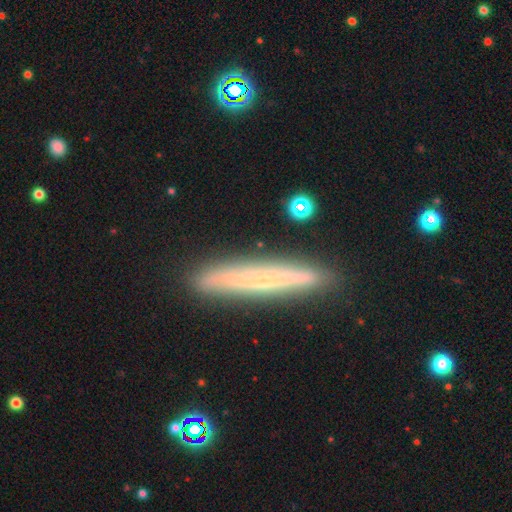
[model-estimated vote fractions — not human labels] smooth_or_featured: featured or disk (p=0.51) [alt: smooth p=0.41]
disk_edge_on: yes (p=0.91) [alt: no p=0.09]
merging: none (p=0.86) [alt: minor disturbance p=0.10]